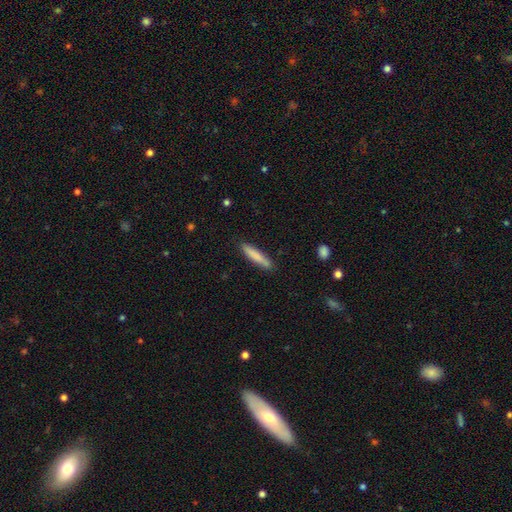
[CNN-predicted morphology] smooth_or_featured: smooth (p=0.80) [alt: featured or disk p=0.14]
how_rounded: cigar-shaped (p=0.90) [alt: in between p=0.09]
merging: none (p=0.86) [alt: minor disturbance p=0.10]